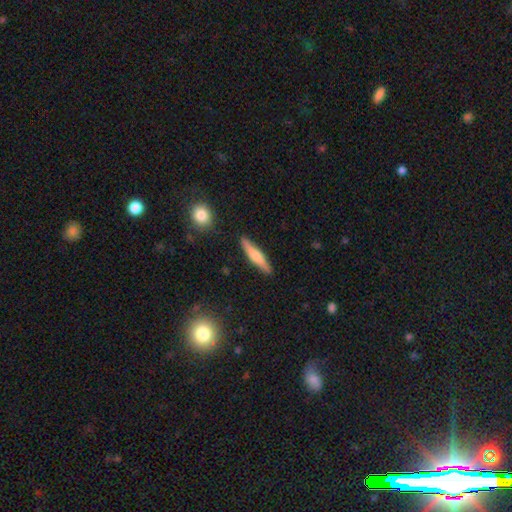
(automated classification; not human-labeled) A smooth galaxy with no disk features (59%) that is cigar-shaped (86%). Merging: none (87%).